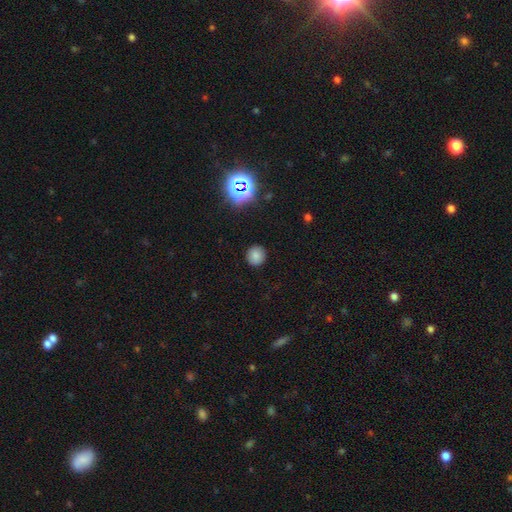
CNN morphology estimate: smooth 78%, star or artifact 15%, featured or disk 7%. Down the decision tree: how rounded — round (92%); merging — none (90%).